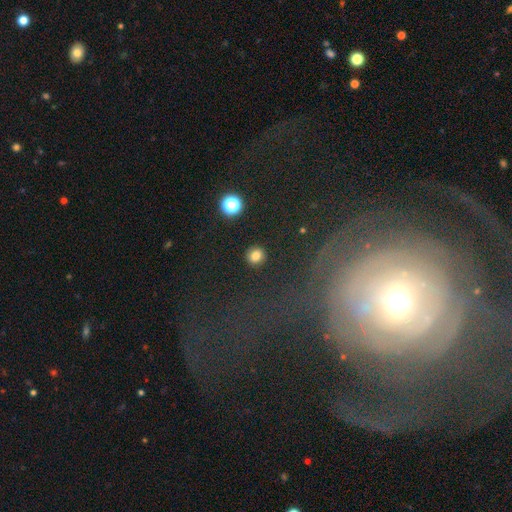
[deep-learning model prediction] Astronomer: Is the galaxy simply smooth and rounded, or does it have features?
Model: smooth — 82%.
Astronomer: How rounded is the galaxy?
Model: round — 89%.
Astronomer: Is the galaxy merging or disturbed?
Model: none — 91%.